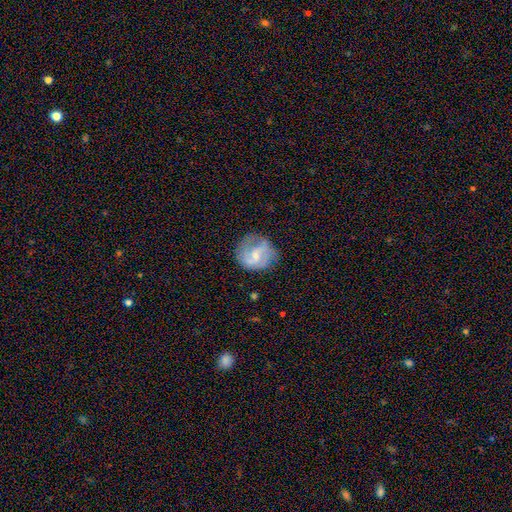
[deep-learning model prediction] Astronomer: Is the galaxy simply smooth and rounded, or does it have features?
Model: featured or disk — 68%.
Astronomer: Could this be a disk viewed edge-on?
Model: no — 98%.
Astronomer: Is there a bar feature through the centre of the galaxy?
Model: weak — 51% (runner-up: no, 38%).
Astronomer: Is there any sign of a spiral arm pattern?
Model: yes — 87%.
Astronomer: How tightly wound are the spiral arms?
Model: medium — 46% (runner-up: tight, 31%).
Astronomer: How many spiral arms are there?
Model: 2 — 60%.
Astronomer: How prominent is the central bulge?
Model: small — 52% (runner-up: moderate, 38%).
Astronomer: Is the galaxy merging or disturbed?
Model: none — 67%.